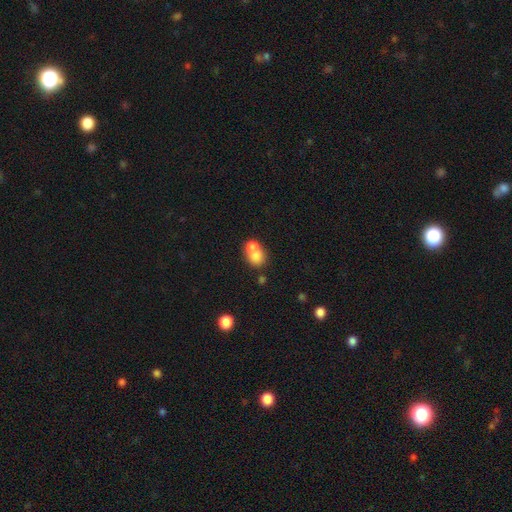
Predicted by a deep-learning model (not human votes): A smooth galaxy with no disk features (73%) that is round (61%). Merging: merger (63%).